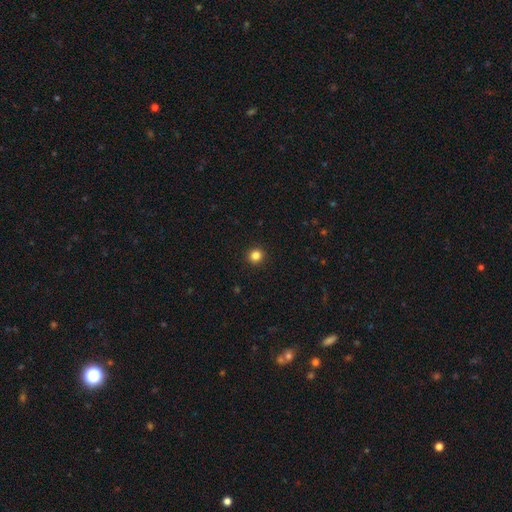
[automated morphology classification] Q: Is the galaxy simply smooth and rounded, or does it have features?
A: smooth — 83%.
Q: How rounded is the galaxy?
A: round — 95%.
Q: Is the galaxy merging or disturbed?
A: none — 94%.